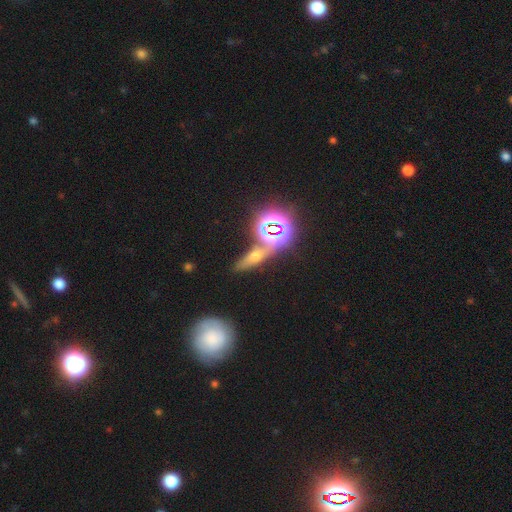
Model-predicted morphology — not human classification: A smooth galaxy with no disk features (39%, tied with star or artifact).

Vote fractions:
- Smooth or featured? smooth: 39% (tied) / star or artifact: 39% (tied) / featured or disk: 23%
- Merging? none: 64% / merger: 17% / minor disturbance: 13% / major disturbance: 7%